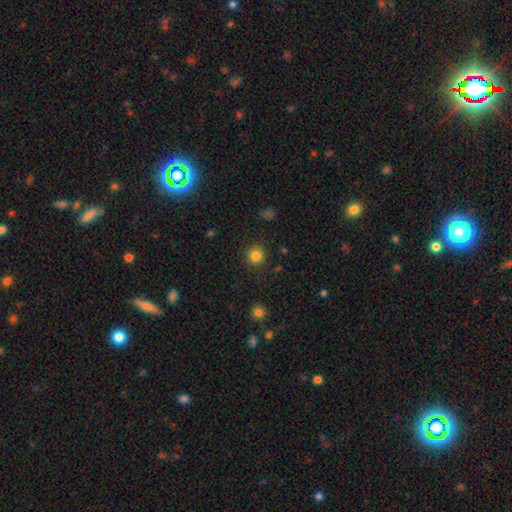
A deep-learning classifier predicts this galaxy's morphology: A smooth galaxy with no disk features (83%) that is round (93%). Merging: none (90%).